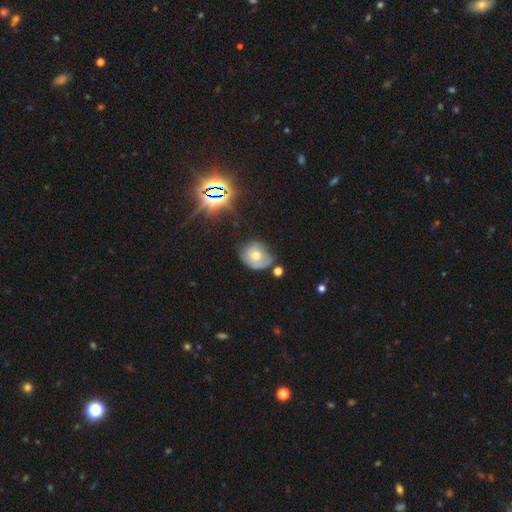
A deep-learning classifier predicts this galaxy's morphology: A smooth galaxy with no disk features (54%) that is round (60%). Merging: none (51%).